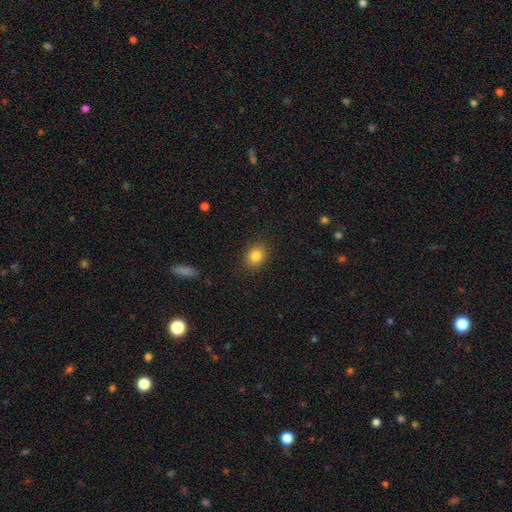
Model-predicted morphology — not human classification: Q: Smooth or featured?
A: smooth (83%); runner-up: star or artifact (10%)
Q: How rounded?
A: round (55%); runner-up: in between (44%)
Q: Merging?
A: none (88%); runner-up: minor disturbance (8%)